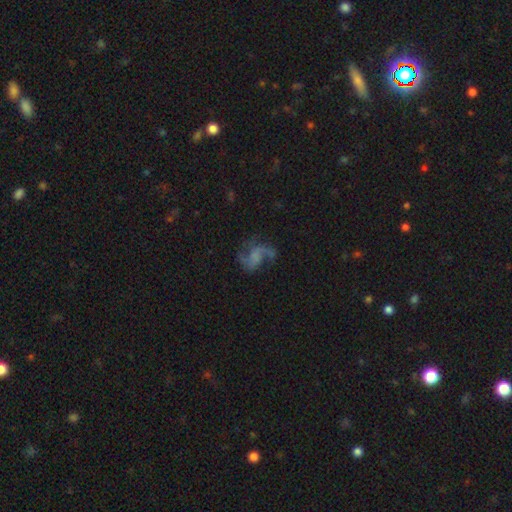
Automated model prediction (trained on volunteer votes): Overall: featured or disk (79%). Edge-on disk: no (98%). Bar: no (55%; weak 35%). Spiral arms: yes (94%). Spiral arm count: 2 (78%). Spiral winding: loose (58%; medium 35%). Bulge size: none (63%). Merging: none (59%; major disturbance 21%).